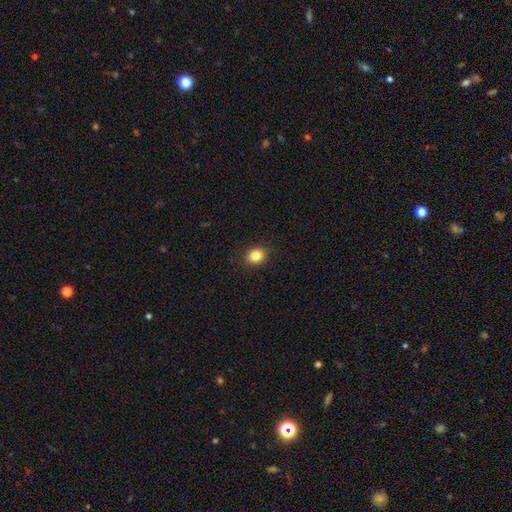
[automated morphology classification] Smooth or featured?
  - smooth: 84% *
  - star or artifact: 11%
  - featured or disk: 5%
How rounded?
  - round: 63% *
  - in between: 36%
  - cigar-shaped: 1%
Merging?
  - none: 90% *
  - minor disturbance: 7%
  - major disturbance: 2%
  - merger: 1%